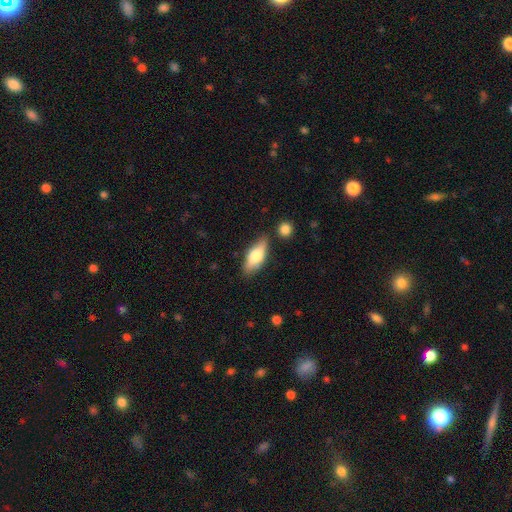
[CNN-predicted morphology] smooth-or-featured: smooth: 65% | featured or disk: 28% | star or artifact: 6%
  how-rounded: in between: 73% | cigar-shaped: 24% | round: 3%
  merging: none: 77% | minor disturbance: 15% | merger: 5% | major disturbance: 3%